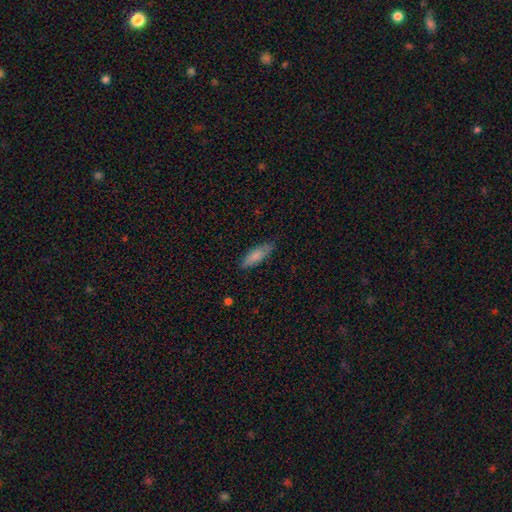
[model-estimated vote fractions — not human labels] Q: Smooth or featured?
A: smooth (79%); runner-up: featured or disk (15%)
Q: How rounded?
A: cigar-shaped (50%); runner-up: in between (48%)
Q: Merging?
A: none (79%); runner-up: minor disturbance (17%)